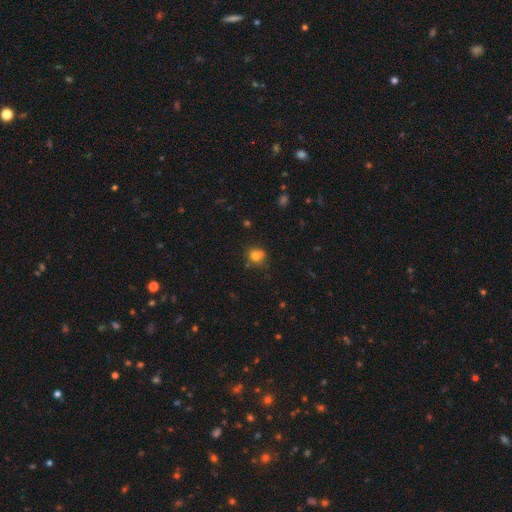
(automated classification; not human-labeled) Q: Smooth or featured?
A: smooth (77%); runner-up: star or artifact (14%)
Q: How rounded?
A: round (75%); runner-up: in between (24%)
Q: Merging?
A: none (62%); runner-up: minor disturbance (20%)